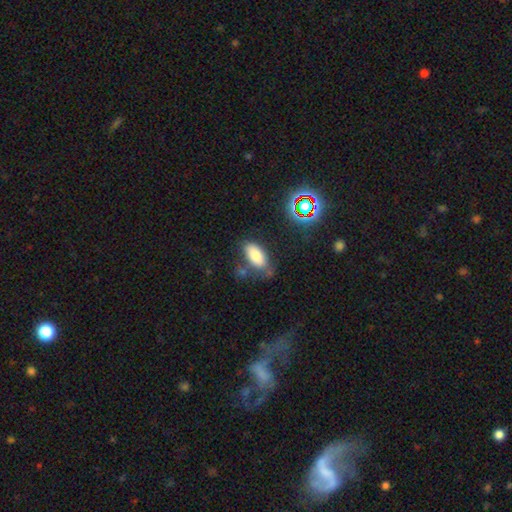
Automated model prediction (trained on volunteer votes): Overall: smooth (77%). How rounded: in between (90%). Merging: none (64%).